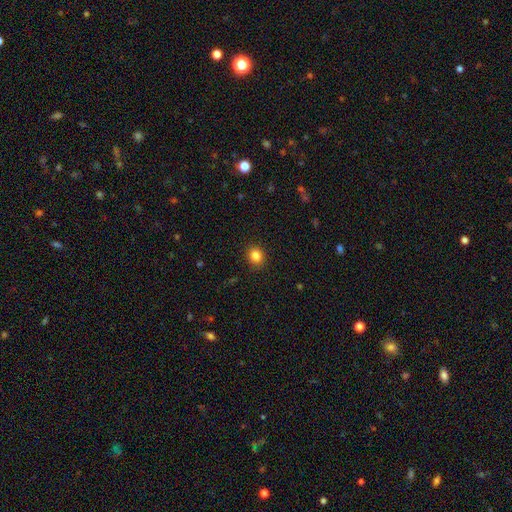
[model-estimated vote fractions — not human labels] smooth-or-featured: smooth: 84% | star or artifact: 11% | featured or disk: 4%
  how-rounded: round: 77% | in between: 22% | cigar-shaped: 1%
  merging: none: 91% | minor disturbance: 7% | major disturbance: 2% | merger: 1%